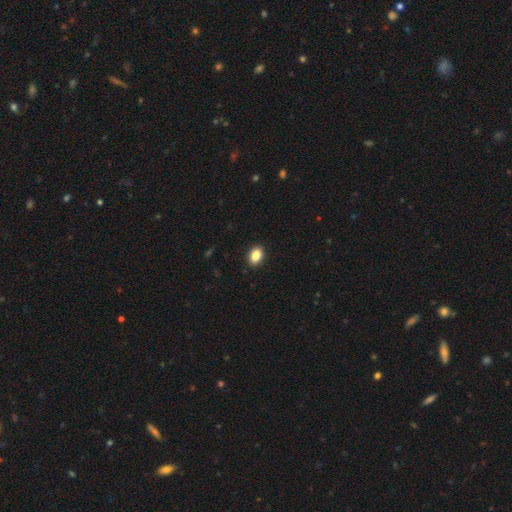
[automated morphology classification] Smooth or featured? Predicted: smooth (p=0.87). How rounded? Predicted: in between (p=0.83). Merging? Predicted: none (p=0.91).